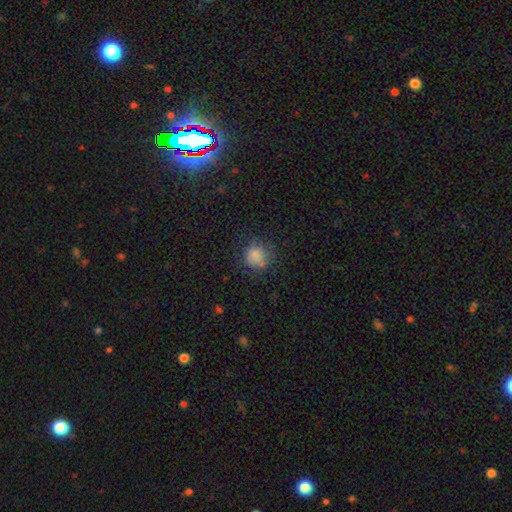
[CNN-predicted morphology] A smooth galaxy with no disk features (80%) that is round (89%). Merging: none (69%).